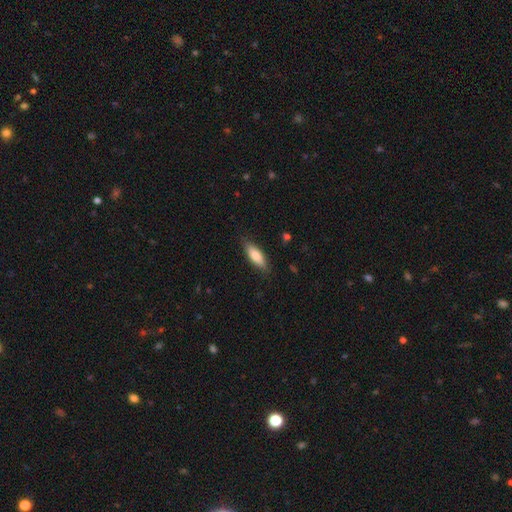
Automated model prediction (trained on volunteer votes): Q: Smooth or featured?
A: smooth (76%); runner-up: featured or disk (18%)
Q: How rounded?
A: in between (56%); runner-up: cigar-shaped (42%)
Q: Merging?
A: none (84%); runner-up: minor disturbance (13%)